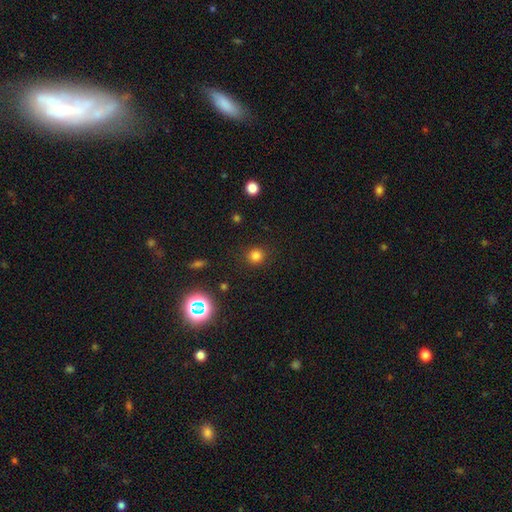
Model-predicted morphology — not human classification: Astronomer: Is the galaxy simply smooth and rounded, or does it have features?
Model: smooth — 79%.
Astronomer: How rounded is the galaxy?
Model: round — 91%.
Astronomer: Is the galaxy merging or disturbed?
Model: none — 90%.